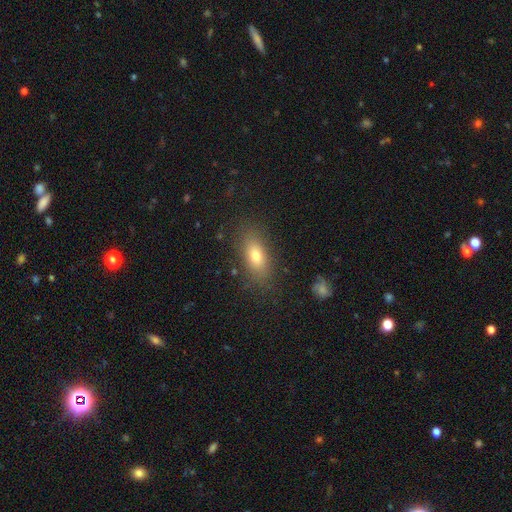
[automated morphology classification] This is likely a smooth galaxy (75%). How rounded: likely in between (80%). Merging: clearly none (83%).